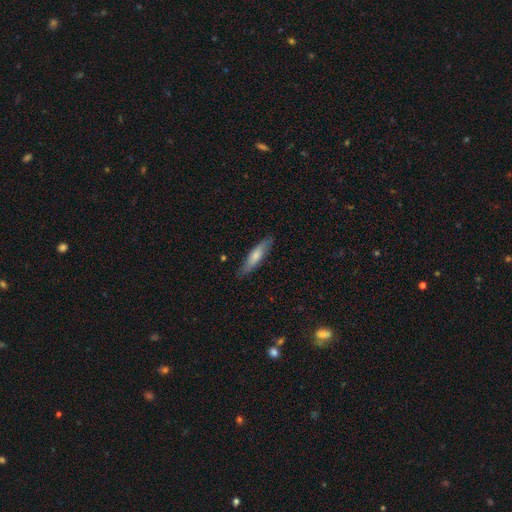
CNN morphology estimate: A smooth galaxy with no disk features (69%) that is cigar-shaped (73%). Merging: none (82%).